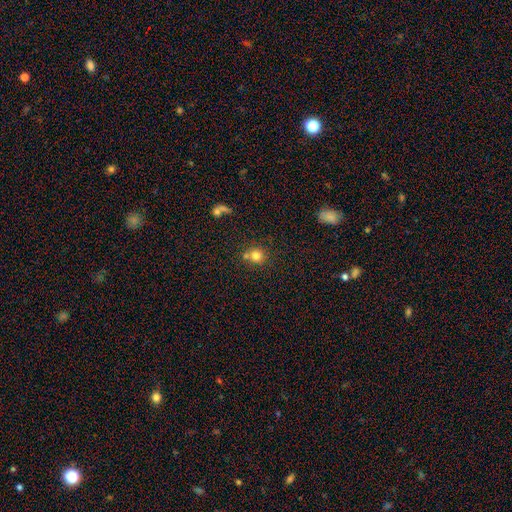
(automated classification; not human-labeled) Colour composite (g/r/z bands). It shows a smooth galaxy with no disk features (79%) that is round (88%). Merging: none (60%).